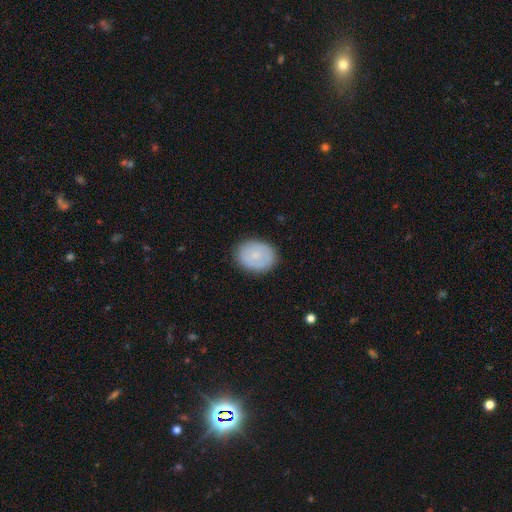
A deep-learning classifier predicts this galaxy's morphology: This appears to be a smooth galaxy with no disk features (66%) that is in between round and cigar-shaped (58%). Merging: none (86%).